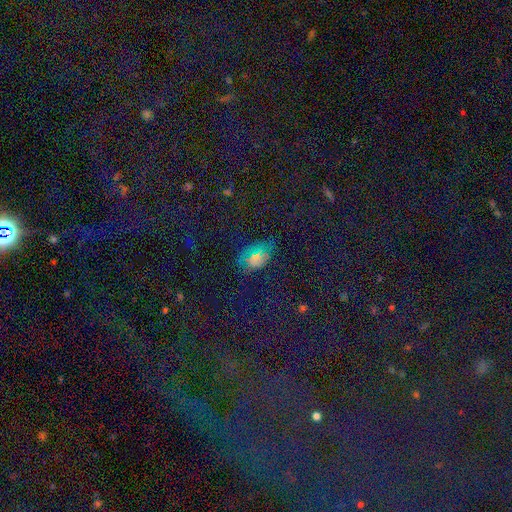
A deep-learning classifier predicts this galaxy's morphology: star or artifact 45%, smooth 39%, featured or disk 16%.